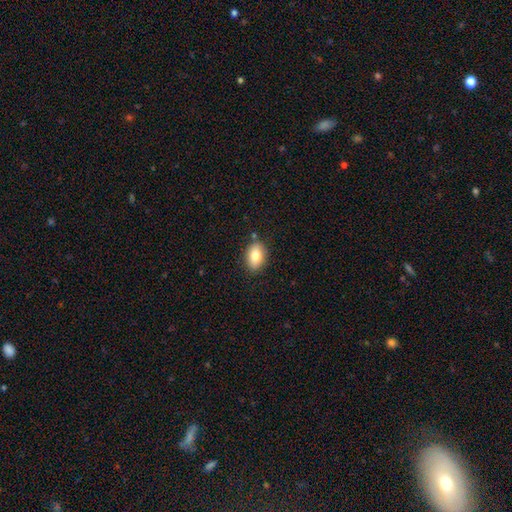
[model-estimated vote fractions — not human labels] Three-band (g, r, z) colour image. It shows a smooth galaxy with no disk features (82%) that is in between round and cigar-shaped (86%). Merging: none (83%).